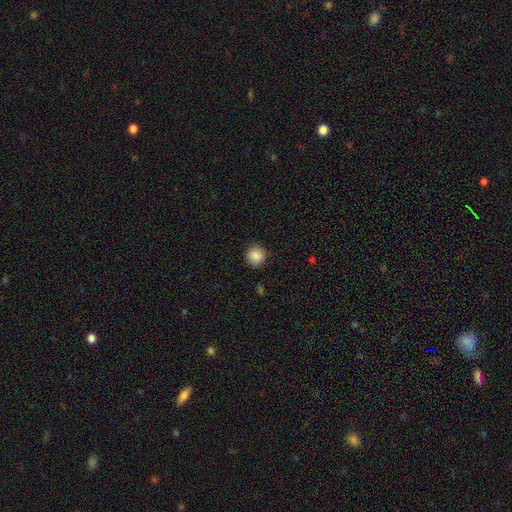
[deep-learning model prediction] Smooth or featured: smooth — 87% (star or artifact — 9%)
How rounded: round — 93% (in between — 7%)
Merging: none — 89% (minor disturbance — 8%)